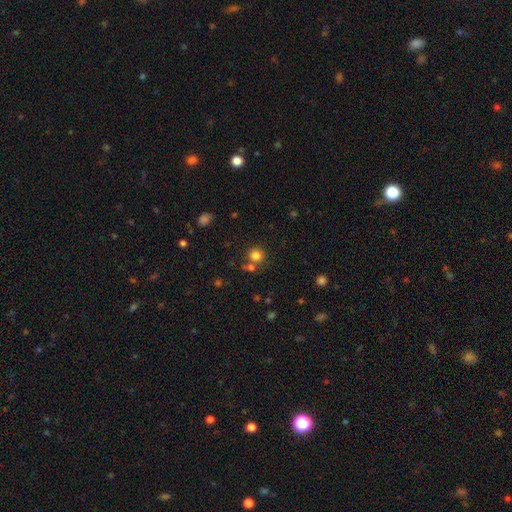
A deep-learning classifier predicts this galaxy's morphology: A smooth galaxy with no disk features (81%) that is round (91%). Merging: none (70%).